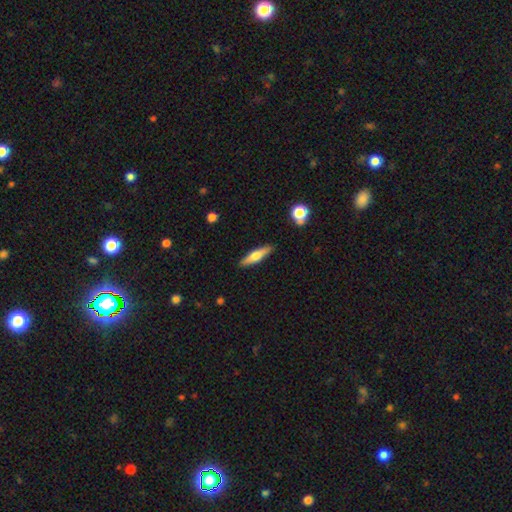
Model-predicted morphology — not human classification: Smooth or featured? Predicted: smooth (p=0.52). How rounded? Predicted: cigar-shaped (p=0.71). Merging? Predicted: none (p=0.88).